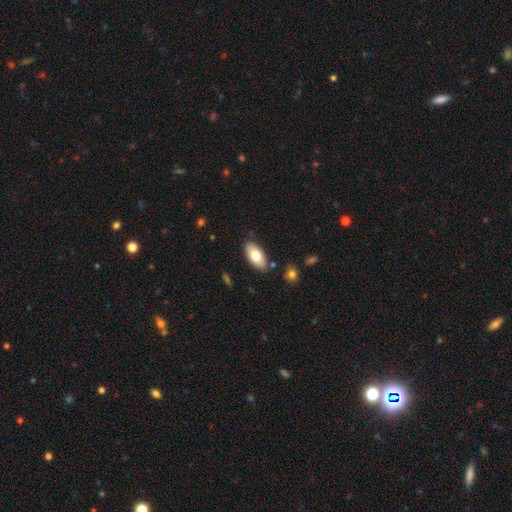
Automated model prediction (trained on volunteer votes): Smooth or featured: smooth — 75% (featured or disk — 19%)
How rounded: in between — 92% (cigar-shaped — 5%)
Merging: none — 84% (minor disturbance — 11%)